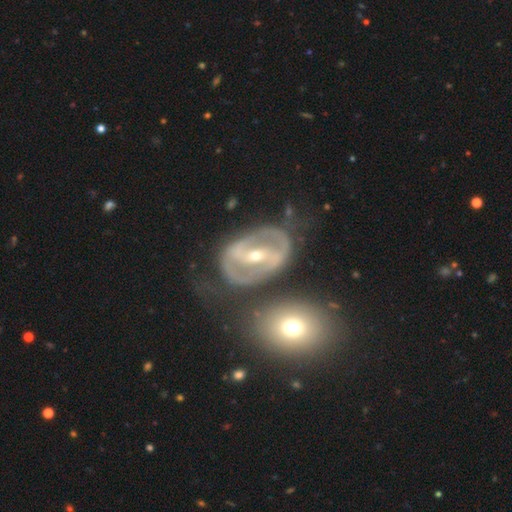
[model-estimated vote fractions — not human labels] Morphology: type=featured or disk (84%); edge-on=no (95%); bar=strong (61%); spiral arms=yes (70%); winding=tight (43%); arm count=2 (75%); bulge=small (59%); merging=none (62%).